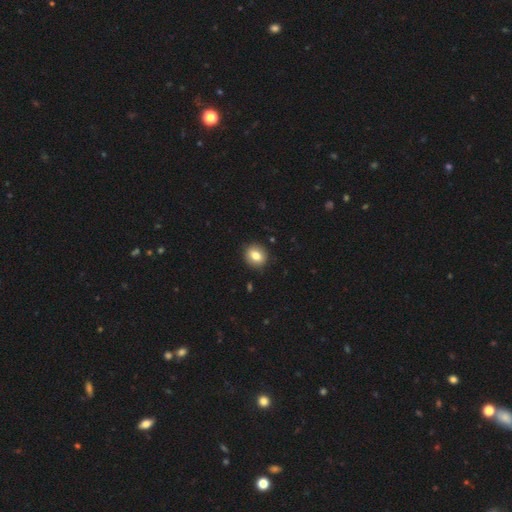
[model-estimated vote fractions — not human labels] A smooth galaxy with no disk features (80%) that is round (73%). Merging: none (91%).